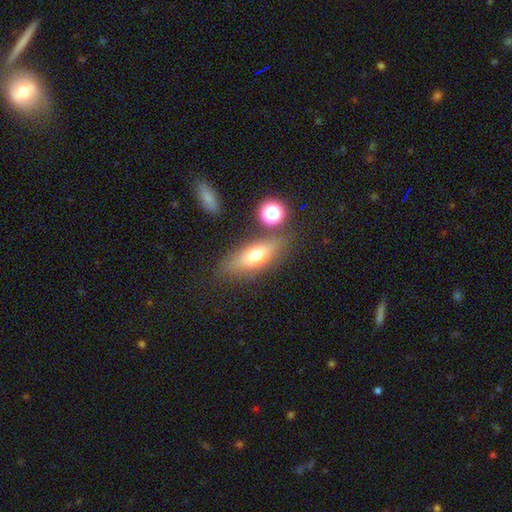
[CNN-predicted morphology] A smooth galaxy with no disk features (63%) that is in between round and cigar-shaped (60%).

Vote fractions:
- Smooth or featured? smooth: 63% / featured or disk: 26% / star or artifact: 10%
- How rounded? in between: 60% / cigar-shaped: 34% / round: 6%
- Merging? none: 74% / minor disturbance: 14% / merger: 7% / major disturbance: 5%